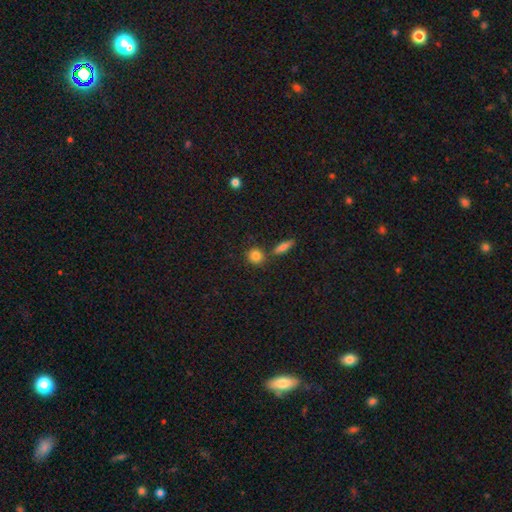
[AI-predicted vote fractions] Smooth or featured: smooth — 84% (star or artifact — 9%)
How rounded: round — 82% (in between — 15%)
Merging: none — 74% (merger — 14%)